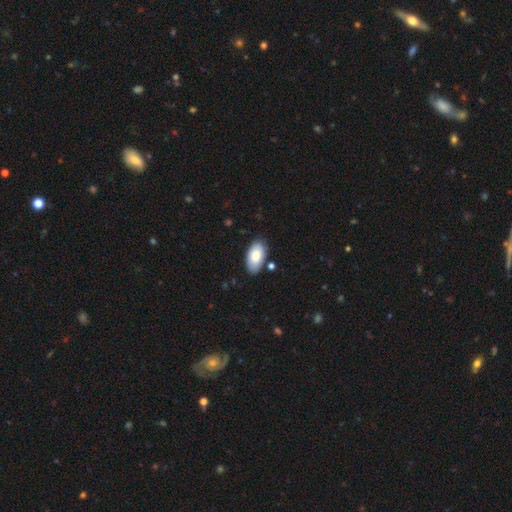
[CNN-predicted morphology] smooth_or_featured: smooth (p=0.81) [alt: featured or disk p=0.13]
how_rounded: in between (p=0.95) [alt: round p=0.02]
merging: none (p=0.82) [alt: minor disturbance p=0.12]